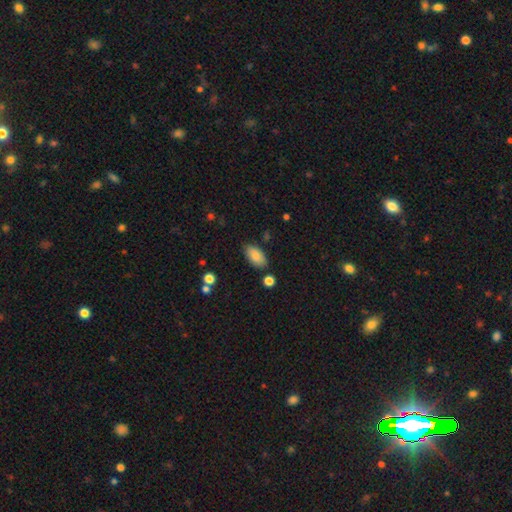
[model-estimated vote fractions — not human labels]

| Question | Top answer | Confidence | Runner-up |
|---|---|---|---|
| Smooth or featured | smooth | 85% | featured or disk (8%) |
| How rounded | in between | 93% | cigar-shaped (3%) |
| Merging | none | 81% | minor disturbance (12%) |